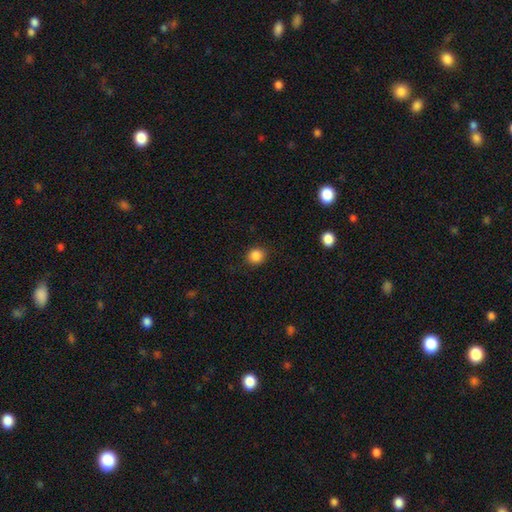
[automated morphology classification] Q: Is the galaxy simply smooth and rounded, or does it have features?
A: smooth — 86%.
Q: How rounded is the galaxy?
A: round — 85%.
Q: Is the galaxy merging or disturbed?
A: none — 88%.